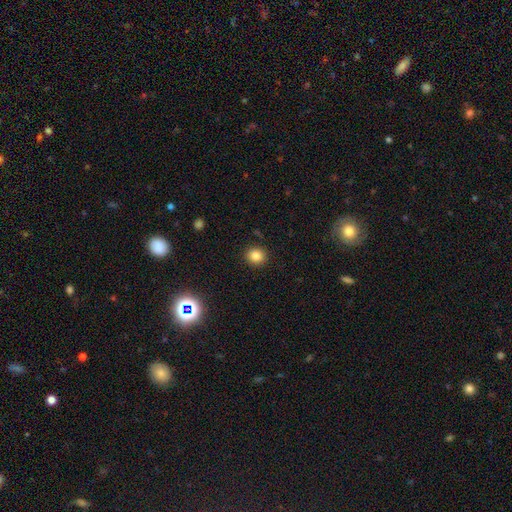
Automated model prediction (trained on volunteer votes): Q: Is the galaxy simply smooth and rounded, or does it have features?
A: smooth — 82%.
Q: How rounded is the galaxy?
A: round — 89%.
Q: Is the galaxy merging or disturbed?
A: none — 91%.